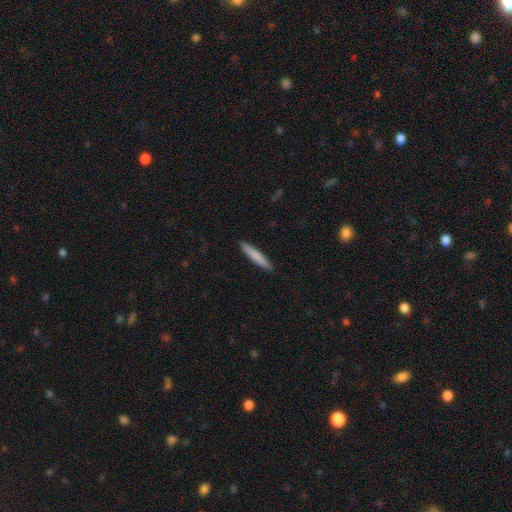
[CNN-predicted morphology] smooth_or_featured: smooth (p=0.80) [alt: featured or disk p=0.15]
how_rounded: cigar-shaped (p=0.94) [alt: in between p=0.05]
merging: none (p=0.91) [alt: minor disturbance p=0.06]